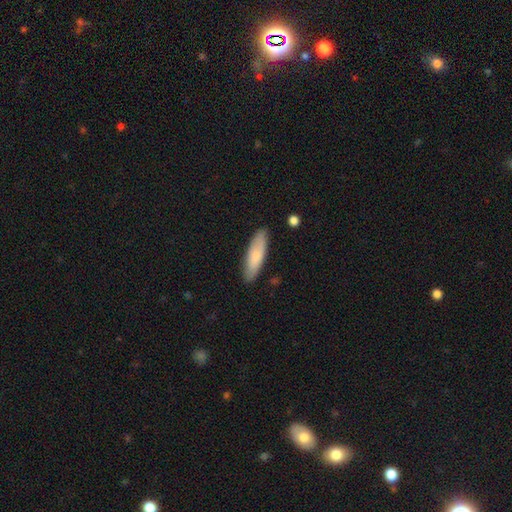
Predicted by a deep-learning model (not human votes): Smooth or featured?
  - smooth: 77% *
  - featured or disk: 17%
  - star or artifact: 6%
How rounded?
  - cigar-shaped: 59% *
  - in between: 39%
  - round: 2%
Merging?
  - none: 86% *
  - minor disturbance: 11%
  - major disturbance: 2%
  - merger: 1%